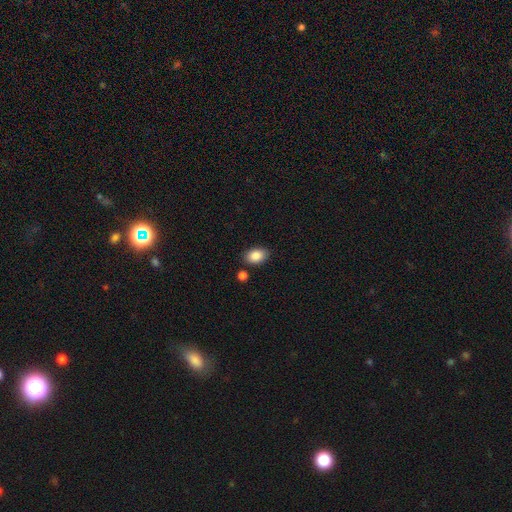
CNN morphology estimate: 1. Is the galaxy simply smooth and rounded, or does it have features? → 87% smooth, 8% star or artifact, 6% featured or disk.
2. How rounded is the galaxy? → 85% in between, 14% round, 1% cigar-shaped.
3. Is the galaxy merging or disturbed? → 81% none, 11% minor disturbance, 5% merger, 3% major disturbance.